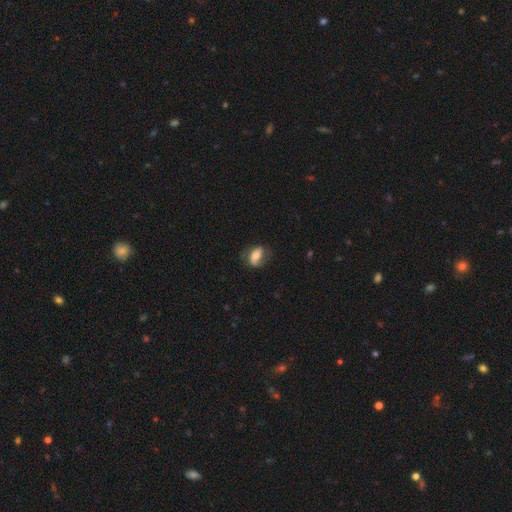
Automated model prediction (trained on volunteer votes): A featured or disk galaxy (50%).

Vote fractions:
- Smooth or featured? featured or disk: 50% / smooth: 43% / star or artifact: 7%
- Merging? none: 60% / minor disturbance: 24% / major disturbance: 15% / merger: 2%